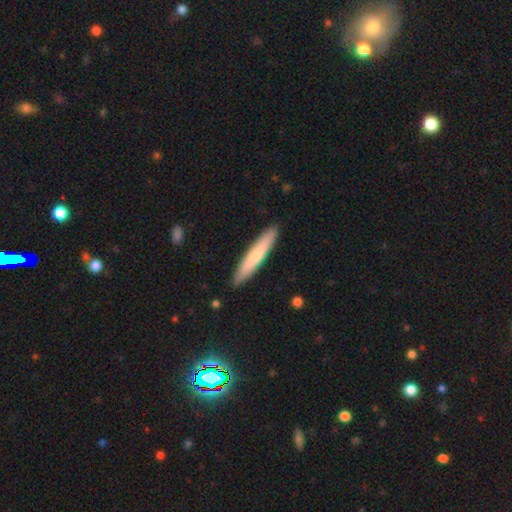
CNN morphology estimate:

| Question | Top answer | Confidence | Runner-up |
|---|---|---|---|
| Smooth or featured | smooth | 67% | featured or disk (28%) |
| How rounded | cigar-shaped | 92% | in between (7%) |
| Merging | none | 90% | minor disturbance (8%) |